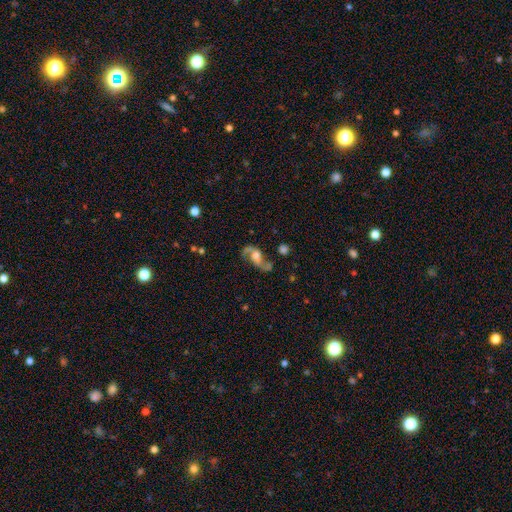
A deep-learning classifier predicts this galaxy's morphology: Smooth or featured?
  - featured or disk: 80% *
  - smooth: 12%
  - star or artifact: 8%
Edge-on disk?
  - no: 94% *
  - yes: 6%
Bar?
  - no: 54% *
  - weak: 36%
  - strong: 11%
Spiral arms?
  - yes: 92% *
  - no: 8%
Spiral winding?
  - loose: 74% *
  - medium: 22%
  - tight: 4%
Spiral arm count?
  - 2: 91% *
  - 1: 3%
  - can't tell: 3%
  - 3: 1%
  - 4: 1%
  - more than 4: 1%
Bulge size?
  - moderate: 42% *
  - large: 26%
  - small: 18%
  - none: 10%
  - dominant: 3%
Merging?
  - none: 55% *
  - major disturbance: 18%
  - minor disturbance: 18%
  - merger: 9%